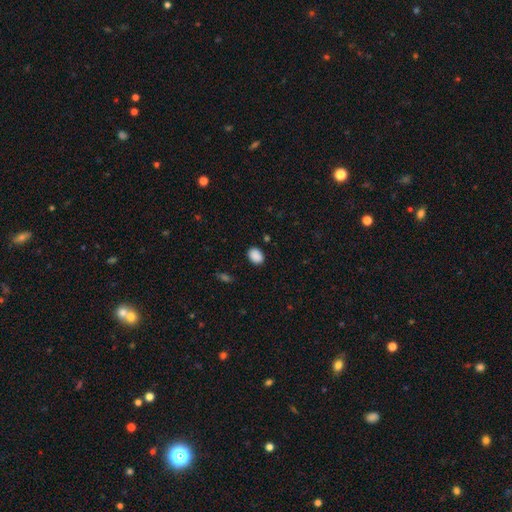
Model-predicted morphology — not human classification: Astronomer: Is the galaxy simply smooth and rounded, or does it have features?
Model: smooth — 89%.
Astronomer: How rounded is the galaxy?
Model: in between — 69%.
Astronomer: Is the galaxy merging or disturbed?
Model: none — 87%.